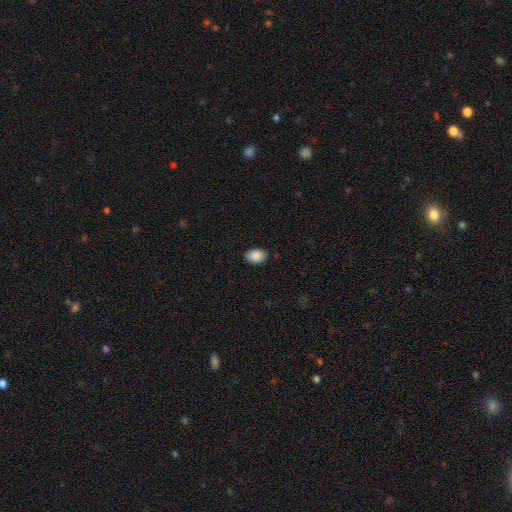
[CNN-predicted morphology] Smooth or featured? Predicted: smooth (p=0.89). How rounded? Predicted: in between (p=0.83). Merging? Predicted: none (p=0.86).